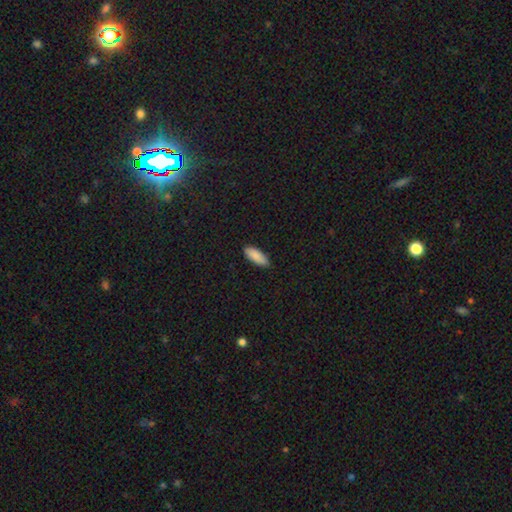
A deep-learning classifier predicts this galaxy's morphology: Overall: smooth (89%). How rounded: in between (74%). Merging: none (88%).